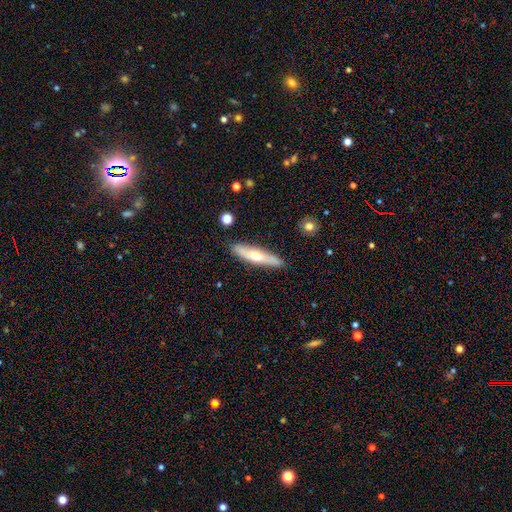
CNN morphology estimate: This is possibly a featured or disk galaxy (50%). Merging: clearly none (88%).